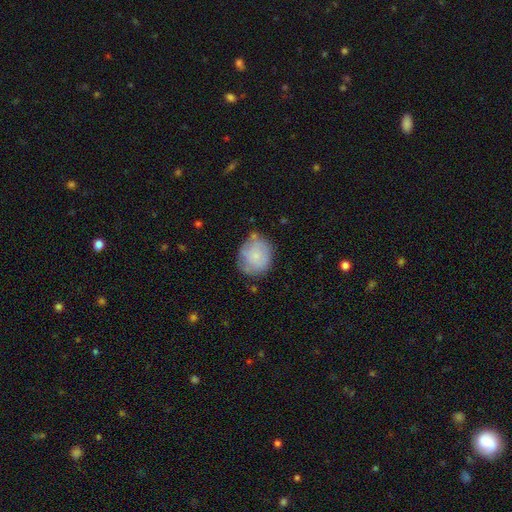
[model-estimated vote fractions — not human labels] Smooth or featured? smooth (65%)
How rounded? round (70%)
Merging? none (61%)